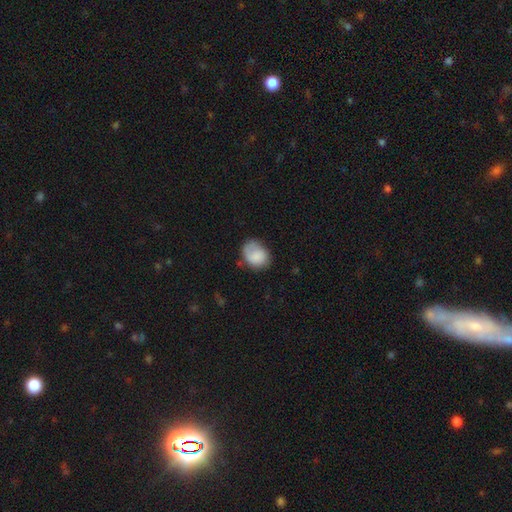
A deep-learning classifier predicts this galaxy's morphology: The model was most divided on "how rounded": in between: 55%, round: 44%, cigar-shaped: 1%. More confident: smooth or featured — smooth (75%); merging — none (54%).